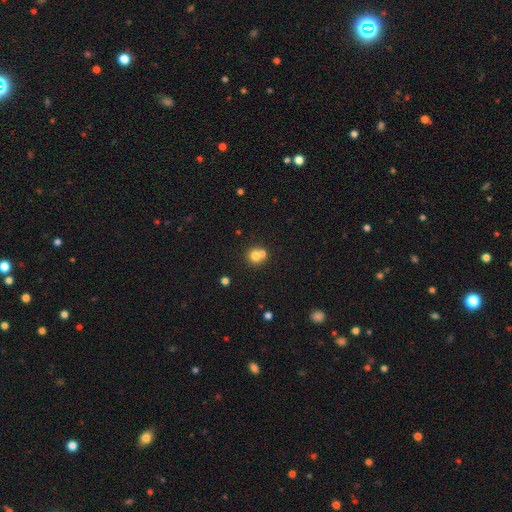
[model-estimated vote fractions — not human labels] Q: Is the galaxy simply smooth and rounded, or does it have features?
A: smooth — 74%.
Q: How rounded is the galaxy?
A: round — 87%.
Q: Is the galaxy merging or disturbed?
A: none — 48%.